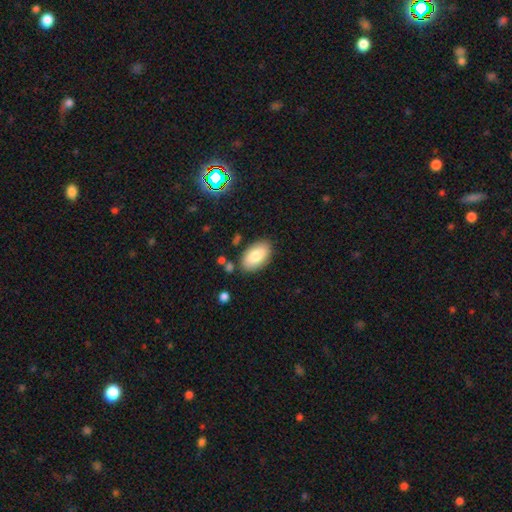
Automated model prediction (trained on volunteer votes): smooth-or-featured: smooth: 81% | featured or disk: 12% | star or artifact: 7%
  how-rounded: in between: 94% | round: 4% | cigar-shaped: 2%
  merging: none: 83% | minor disturbance: 11% | merger: 3% | major disturbance: 3%